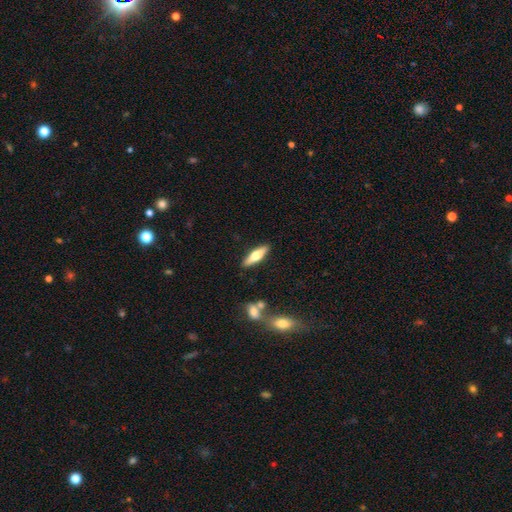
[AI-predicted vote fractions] smooth-or-featured: smooth: 48% | featured or disk: 46% | star or artifact: 6%
  merging: none: 87% | minor disturbance: 9% | merger: 3% | major disturbance: 2%